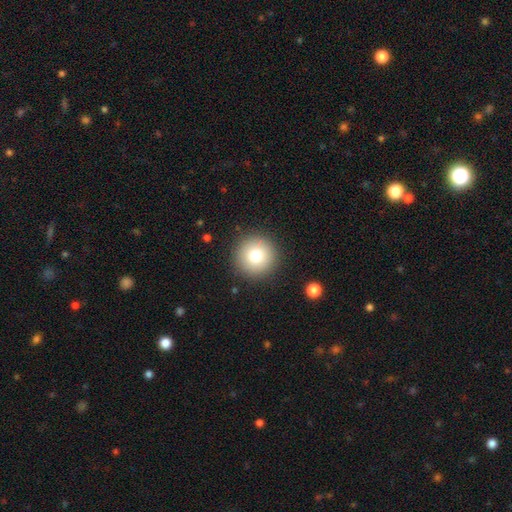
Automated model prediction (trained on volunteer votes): The model was most divided on "smooth or featured": smooth: 77%, featured or disk: 12%, star or artifact: 11%. More confident: how rounded — round (96%); merging — none (91%).